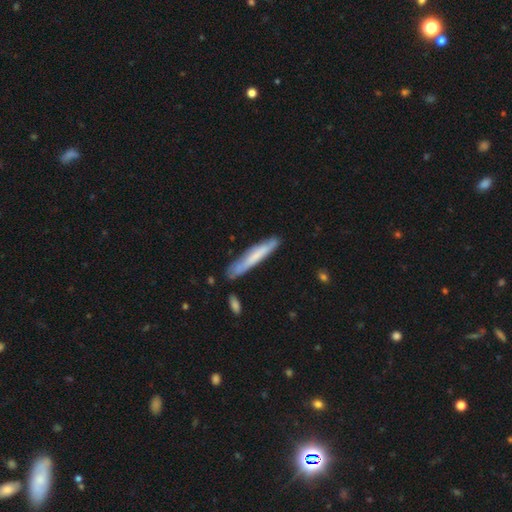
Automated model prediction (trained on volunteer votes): This appears to be a smooth galaxy with no disk features (60%) that is cigar-shaped (93%). Merging: none (75%).